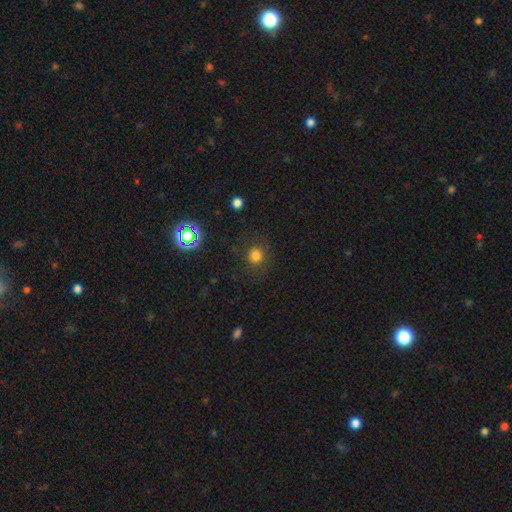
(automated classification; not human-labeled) This is likely a smooth galaxy (77%). How rounded: clearly round (90%). Merging: clearly none (84%).